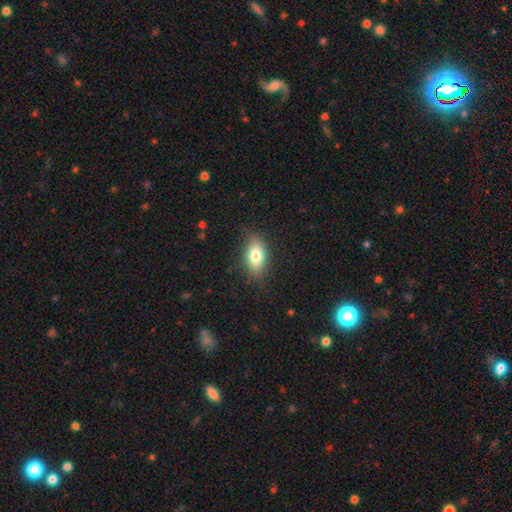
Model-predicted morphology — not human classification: Q: Smooth or featured?
A: smooth (78%); runner-up: featured or disk (14%)
Q: How rounded?
A: in between (86%); runner-up: cigar-shaped (7%)
Q: Merging?
A: none (80%); runner-up: minor disturbance (15%)